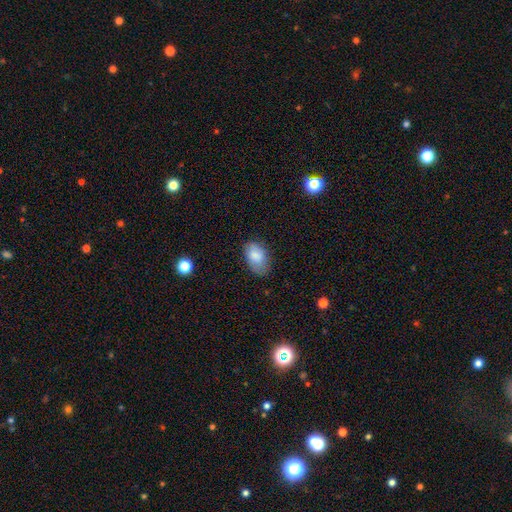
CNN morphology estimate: A smooth galaxy with no disk features (84%) that is in between round and cigar-shaped (92%). Merging: none (68%).